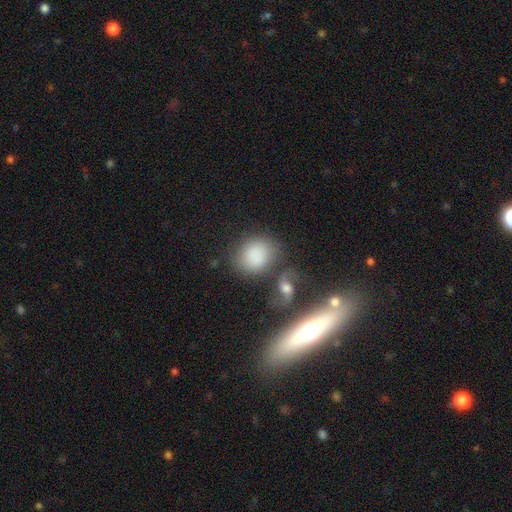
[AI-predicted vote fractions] Smooth or featured?
  - smooth: 82% *
  - featured or disk: 9%
  - star or artifact: 9%
How rounded?
  - round: 58% *
  - in between: 41%
  - cigar-shaped: 2%
Merging?
  - none: 60% *
  - merger: 17%
  - minor disturbance: 16%
  - major disturbance: 7%